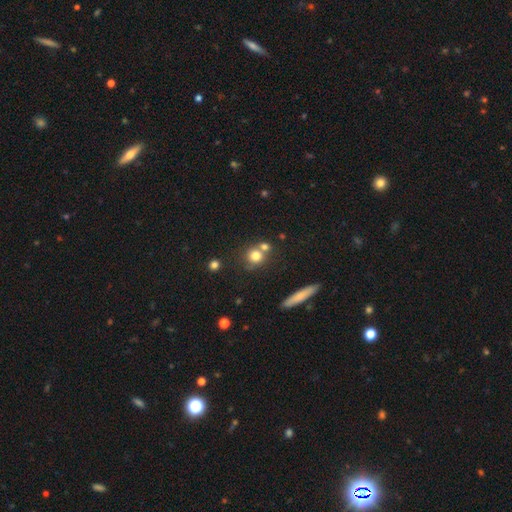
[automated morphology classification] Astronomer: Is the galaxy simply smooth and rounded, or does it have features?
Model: smooth — 75%.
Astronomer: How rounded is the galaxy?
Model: round — 84%.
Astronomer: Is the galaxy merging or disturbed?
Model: none — 52% (runner-up: merger, 34%).